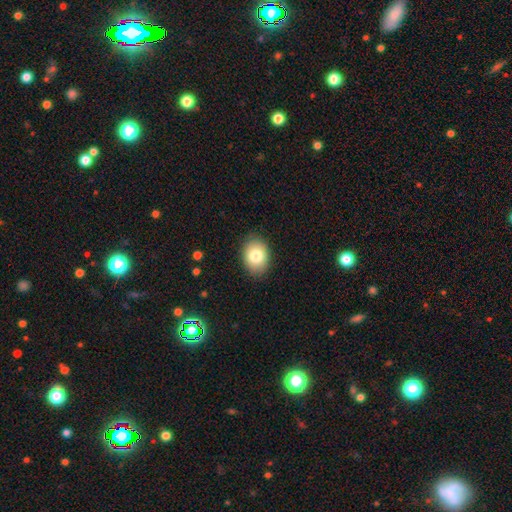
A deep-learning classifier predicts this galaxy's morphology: smooth_or_featured: smooth (p=0.81) [alt: featured or disk p=0.11]
how_rounded: in between (p=0.68) [alt: round p=0.31]
merging: none (p=0.87) [alt: minor disturbance p=0.10]